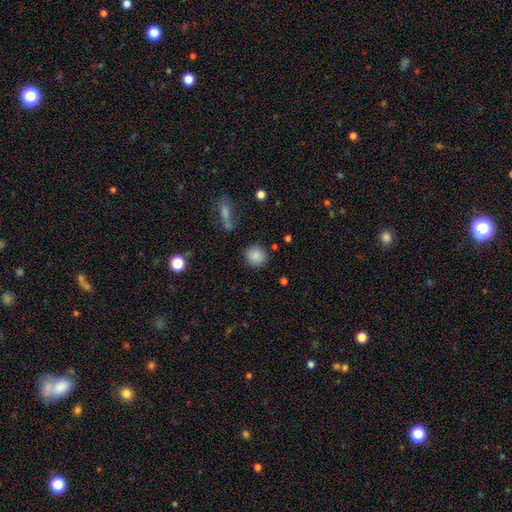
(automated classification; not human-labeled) Morphology: type=smooth (85%); roundness=round (87%); merging=none (85%).